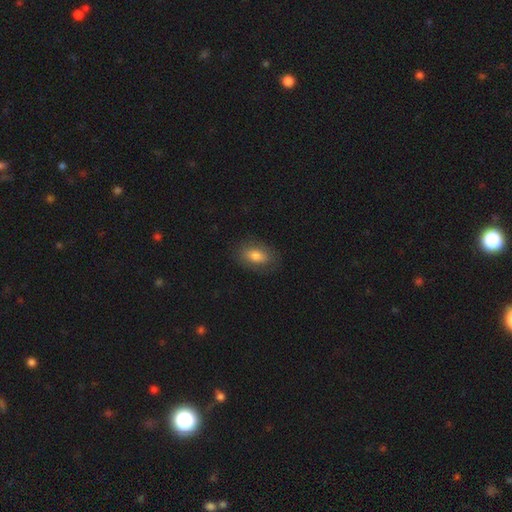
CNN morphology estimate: Smooth or featured? smooth (76%)
How rounded? in between (86%)
Merging? none (80%)